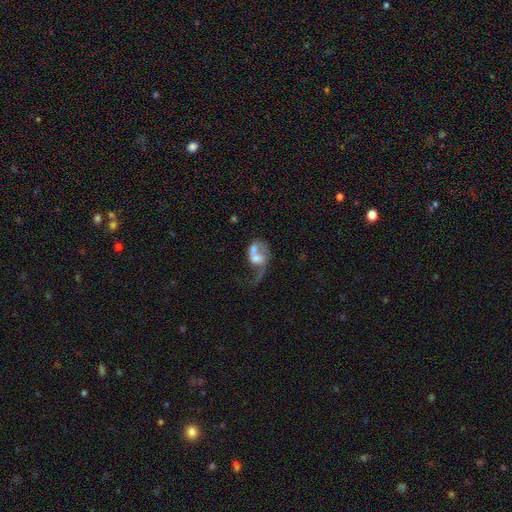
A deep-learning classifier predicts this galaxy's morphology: Q: Smooth or featured?
A: featured or disk (56%); runner-up: smooth (36%)
Q: Edge-on disk?
A: no (96%); runner-up: yes (4%)
Q: Bar?
A: no (68%); runner-up: weak (25%)
Q: Spiral arms?
A: yes (64%); runner-up: no (36%)
Q: Bulge size?
A: moderate (37%); runner-up: large (23%)
Q: Merging?
A: merger (49%); runner-up: major disturbance (29%)